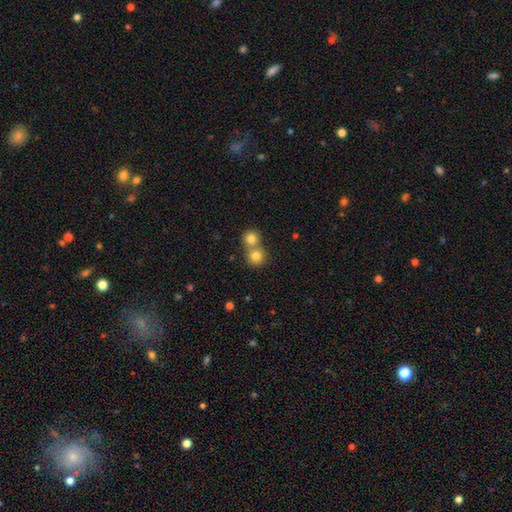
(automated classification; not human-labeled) This is likely a smooth galaxy (79%). How rounded: clearly round (89%). Merging: possibly merger (49%).